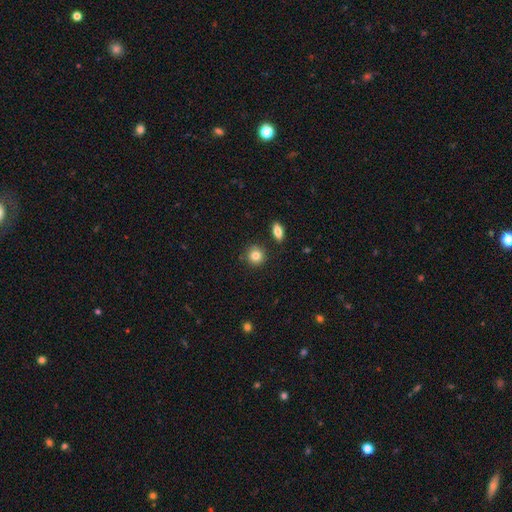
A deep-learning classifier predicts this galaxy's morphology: type=smooth (83%); roundness=round (88%); merging=none (84%).